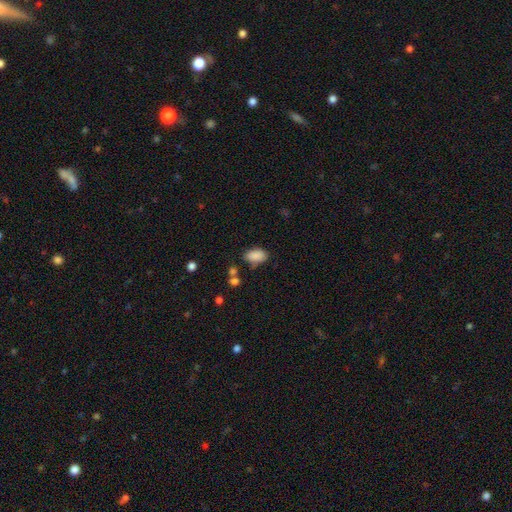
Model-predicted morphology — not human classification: Smooth or featured? Predicted: smooth (p=0.88). How rounded? Predicted: in between (p=0.92). Merging? Predicted: none (p=0.71).